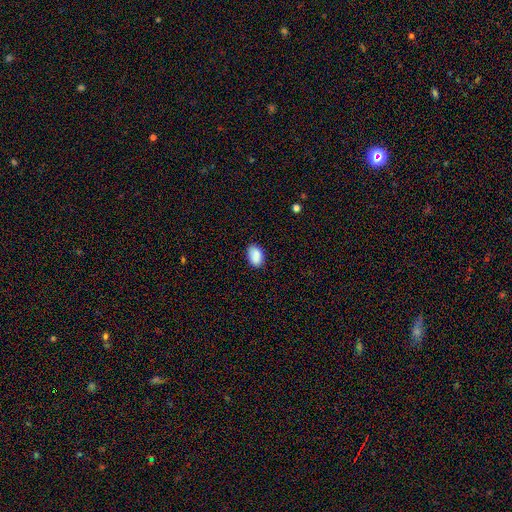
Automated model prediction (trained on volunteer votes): Smooth or featured? Predicted: smooth (p=0.90). How rounded? Predicted: in between (p=0.91). Merging? Predicted: none (p=0.85).